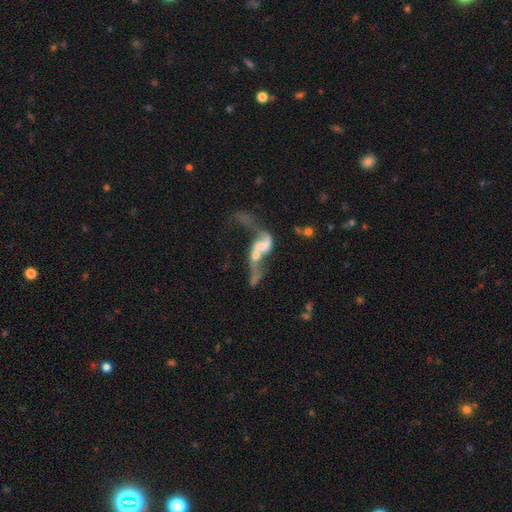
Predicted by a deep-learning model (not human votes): The model was most divided on "bulge size": moderate: 33%, none: 26%, small: 25%, large: 14%, dominant: 3%. More confident: edge-on disk — no (93%); smooth or featured — featured or disk (71%); spiral arms — yes (70%); merging — merger (62%); bar — no (57%).